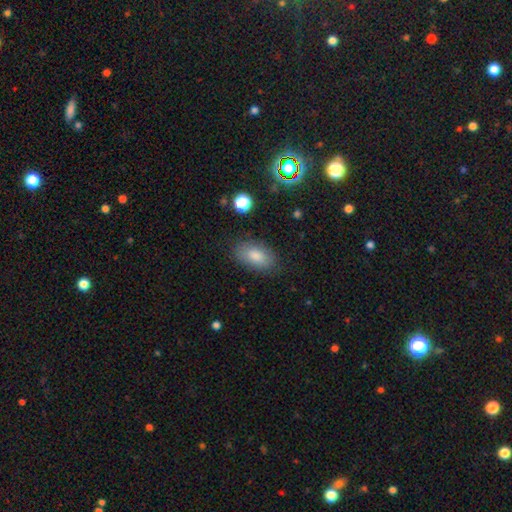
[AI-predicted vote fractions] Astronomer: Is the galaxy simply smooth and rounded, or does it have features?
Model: smooth — 80%.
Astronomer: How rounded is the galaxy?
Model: in between — 91%.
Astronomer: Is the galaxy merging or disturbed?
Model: none — 84%.